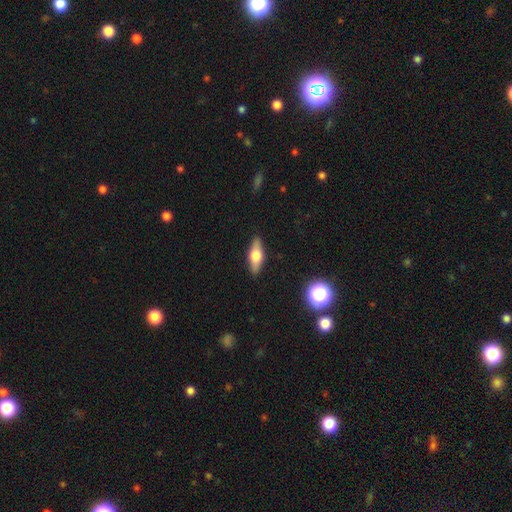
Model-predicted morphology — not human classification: A smooth galaxy with no disk features (48%).

Vote fractions:
- Smooth or featured? smooth: 48% / featured or disk: 45% / star or artifact: 7%
- Merging? none: 89% / minor disturbance: 8% / major disturbance: 2% / merger: 1%